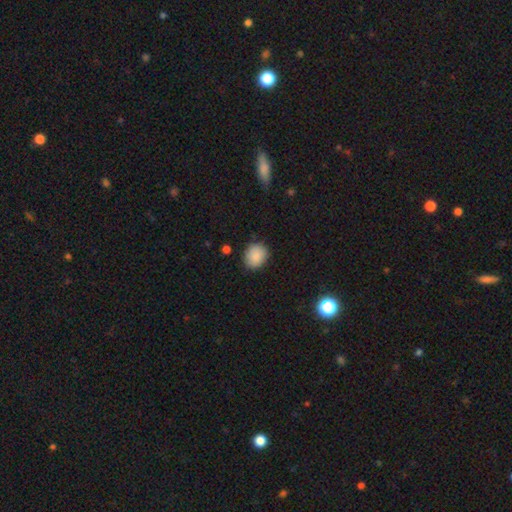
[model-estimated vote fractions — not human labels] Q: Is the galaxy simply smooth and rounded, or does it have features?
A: smooth — 87%.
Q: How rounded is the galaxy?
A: round — 69%.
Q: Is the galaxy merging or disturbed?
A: none — 84%.